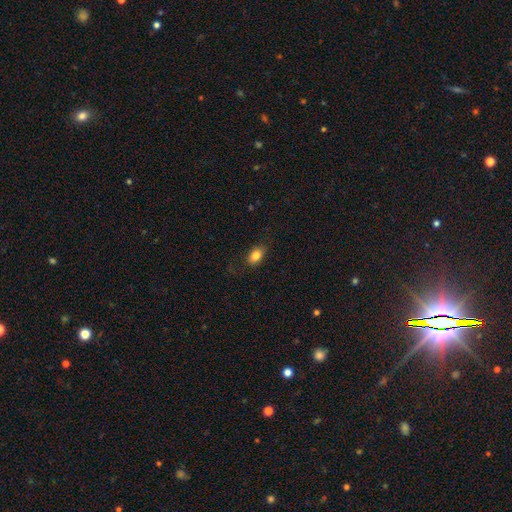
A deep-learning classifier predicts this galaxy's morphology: smooth 84%, star or artifact 9%, featured or disk 8%. Down the decision tree: how rounded — in between (85%); merging — none (81%).